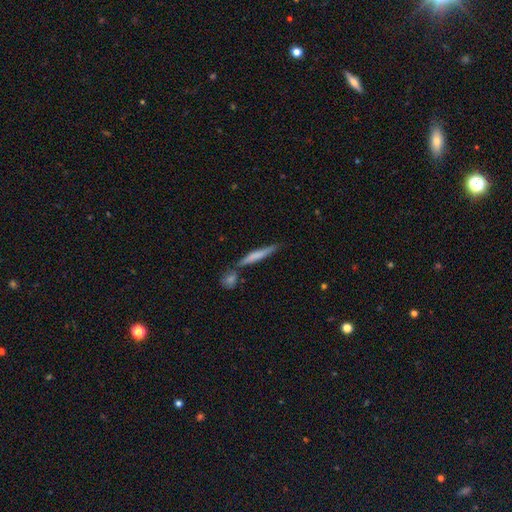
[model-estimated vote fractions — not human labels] Morphology: type=smooth (60%); roundness=cigar-shaped (92%); merging=none (68%).